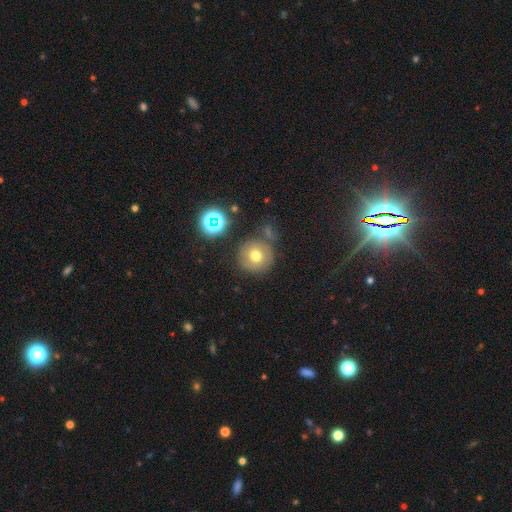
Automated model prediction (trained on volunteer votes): Overall: smooth (67%). How rounded: round (93%). Merging: none (76%).